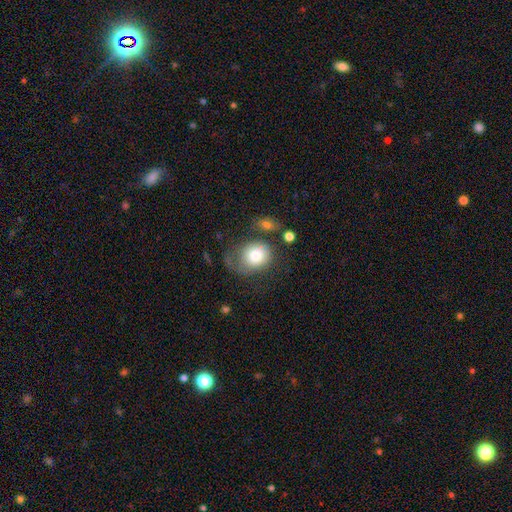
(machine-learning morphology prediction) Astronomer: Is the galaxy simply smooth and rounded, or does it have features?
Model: smooth — 76%.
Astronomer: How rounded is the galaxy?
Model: round — 54% (runner-up: in between, 45%).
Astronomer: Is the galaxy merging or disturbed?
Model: none — 34% (runner-up: major disturbance, 30%).